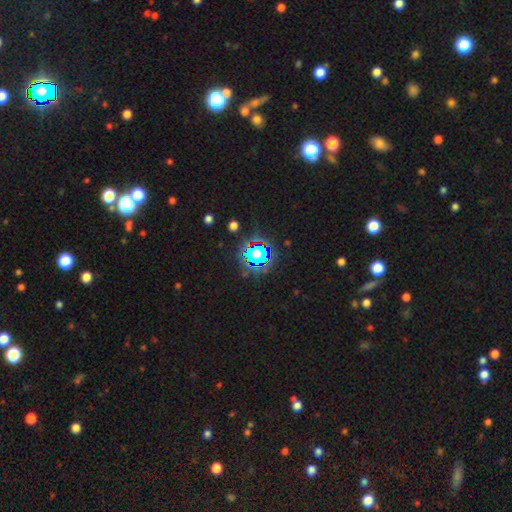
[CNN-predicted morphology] star or artifact 61%, smooth 26%, featured or disk 13%.